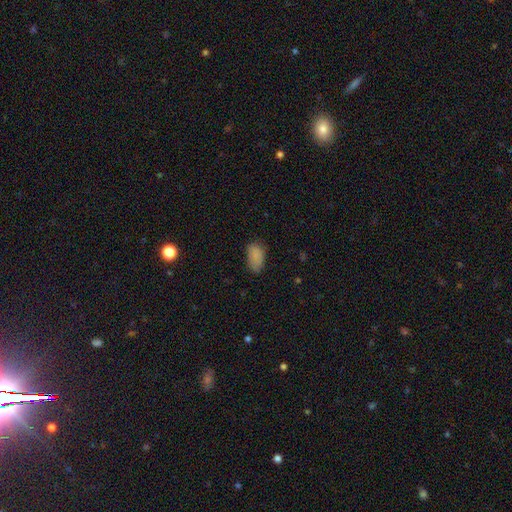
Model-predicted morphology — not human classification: Q: Smooth or featured?
A: smooth (84%); runner-up: star or artifact (10%)
Q: How rounded?
A: in between (93%); runner-up: round (4%)
Q: Merging?
A: none (66%); runner-up: minor disturbance (26%)